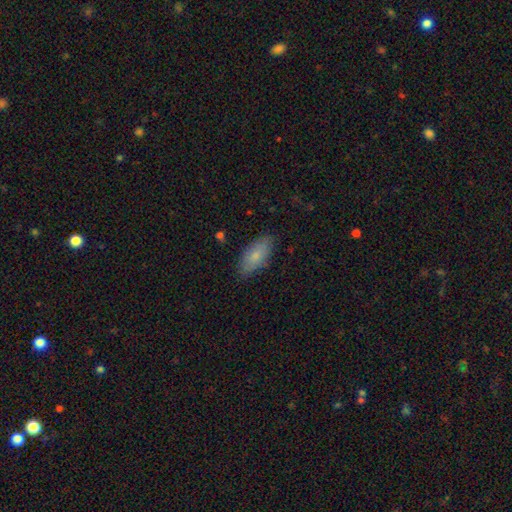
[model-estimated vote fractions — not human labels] A smooth galaxy with no disk features (79%) that is in between round and cigar-shaped (87%).

Vote fractions:
- Smooth or featured? smooth: 79% / featured or disk: 15% / star or artifact: 6%
- How rounded? in between: 87% / cigar-shaped: 11% / round: 2%
- Merging? none: 82% / minor disturbance: 14% / major disturbance: 3% / merger: 1%